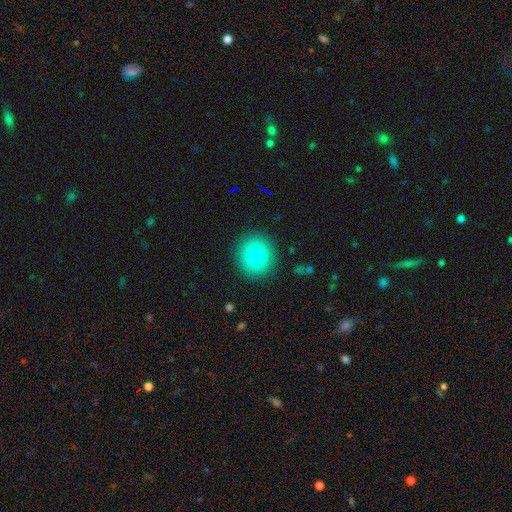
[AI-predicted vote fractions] Overall: smooth (80%). How rounded: round (90%). Merging: none (90%).